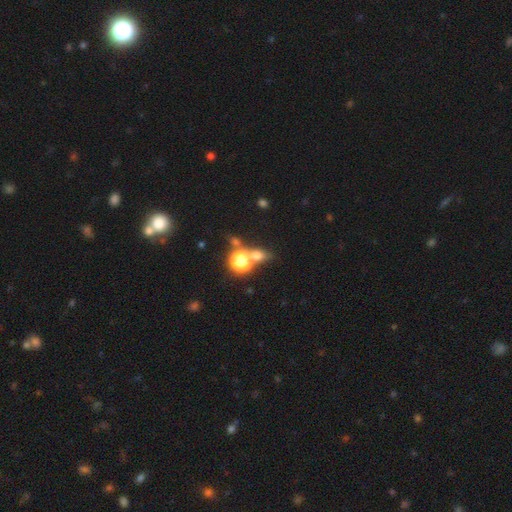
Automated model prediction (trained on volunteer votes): smooth-or-featured: smooth: 60% | star or artifact: 29% | featured or disk: 11%
  how-rounded: round: 57% | in between: 40% | cigar-shaped: 4%
  merging: none: 53% | merger: 31% | minor disturbance: 10% | major disturbance: 6%